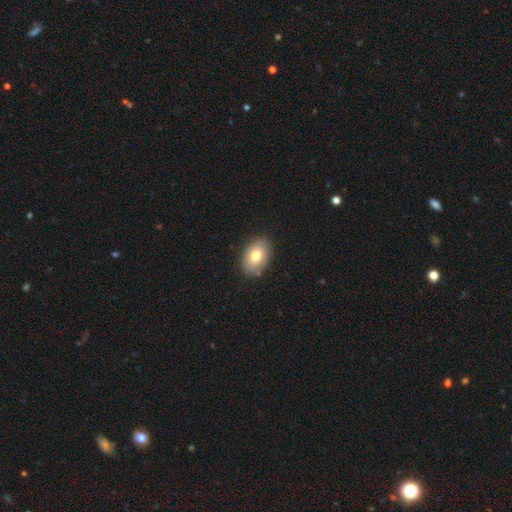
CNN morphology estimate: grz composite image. It shows a smooth galaxy with no disk features (78%) that is in between round and cigar-shaped (84%). Merging: none (86%).